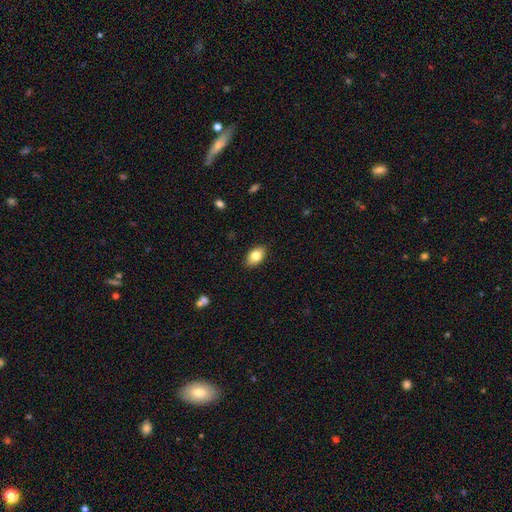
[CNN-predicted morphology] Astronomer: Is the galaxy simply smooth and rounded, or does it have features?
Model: smooth — 81%.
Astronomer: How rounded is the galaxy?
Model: in between — 90%.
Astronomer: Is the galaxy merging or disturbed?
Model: none — 88%.